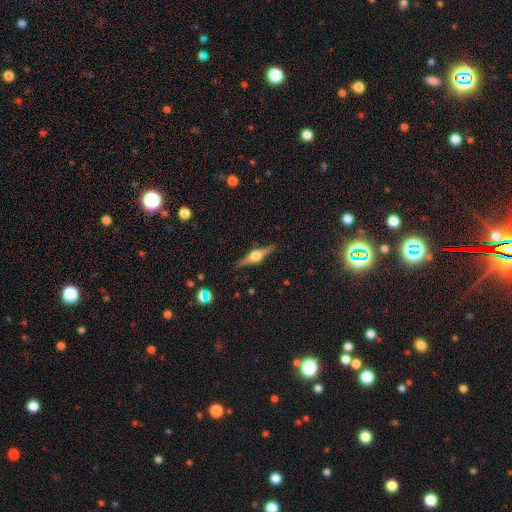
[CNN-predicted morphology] Overall: featured or disk (81%). Edge-on disk: yes (98%). Edge-on bulge: rounded (93%). Merging: none (89%).